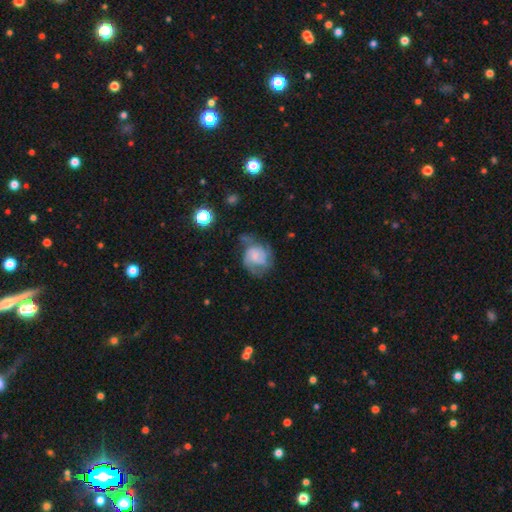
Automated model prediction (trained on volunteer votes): A featured or disk galaxy (71%) with no bar (64%), 2 (54%) medium (44%) spiral arms (91%) and a small central bulge (52%).

Vote fractions:
- Smooth or featured? featured or disk: 71% / smooth: 22% / star or artifact: 7%
- Edge-on disk? no: 98% / yes: 2%
- Bar? no: 64% / weak: 31% / strong: 5%
- Spiral arms? yes: 91% / no: 9%
- Spiral winding? medium: 44% / tight: 39% / loose: 18%
- Spiral arm count? 2: 54% / can't tell: 19% / 3: 14% / 1: 7% / 4: 3% / more than 4: 3%
- Bulge size? small: 52% / moderate: 23% / none: 17% / large: 5% / dominant: 2%
- Merging? none: 44% / minor disturbance: 26% / major disturbance: 26% / merger: 4%